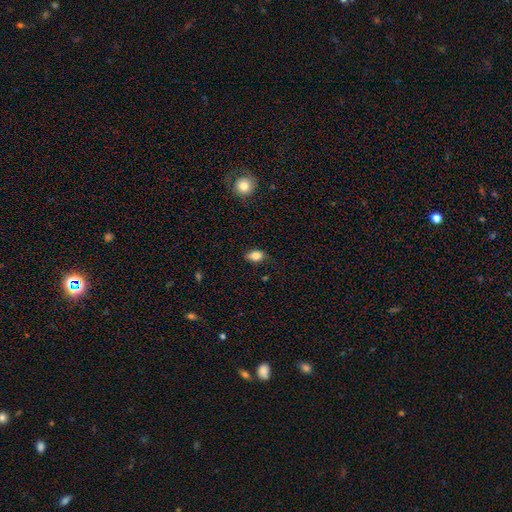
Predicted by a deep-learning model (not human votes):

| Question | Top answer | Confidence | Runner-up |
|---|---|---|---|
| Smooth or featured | smooth | 84% | star or artifact (9%) |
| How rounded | in between | 86% | round (11%) |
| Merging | none | 77% | minor disturbance (18%) |